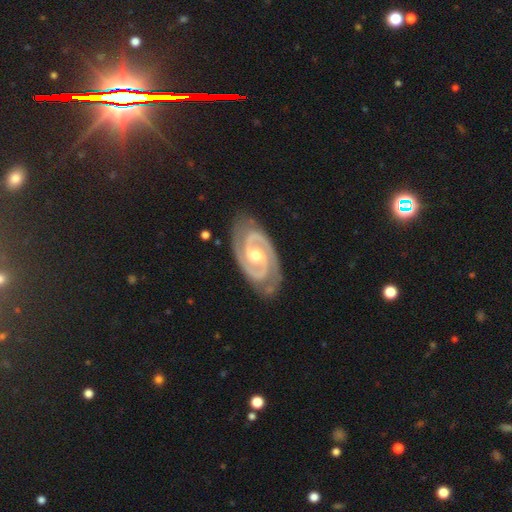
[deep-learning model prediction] A featured or disk galaxy (94%) with no bar (46%), 2 (94%) tight (63%) spiral arms (99%) and a moderate central bulge (71%).

Vote fractions:
- Smooth or featured? featured or disk: 94% / star or artifact: 3% / smooth: 3%
- Edge-on disk? no: 98% / yes: 2%
- Bar? no: 46% / weak: 35% / strong: 19%
- Spiral arms? yes: 99% / no: 1%
- Spiral winding? tight: 63% / medium: 33% / loose: 4%
- Spiral arm count? 2: 94% / 3: 1% / can't tell: 1% / 1: 1% / 4: 1% / more than 4: 1%
- Bulge size? moderate: 71% / small: 23% / large: 3% / none: 1% / dominant: 1%
- Merging? none: 83% / minor disturbance: 13% / major disturbance: 3% / merger: 1%